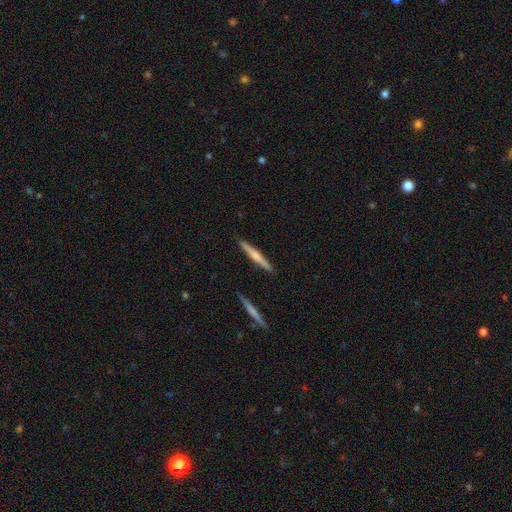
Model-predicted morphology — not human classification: This appears to be a featured or disk galaxy (56%) viewed edge-on (98%) with a rounded central bulge (71%). Merging: none (90%).